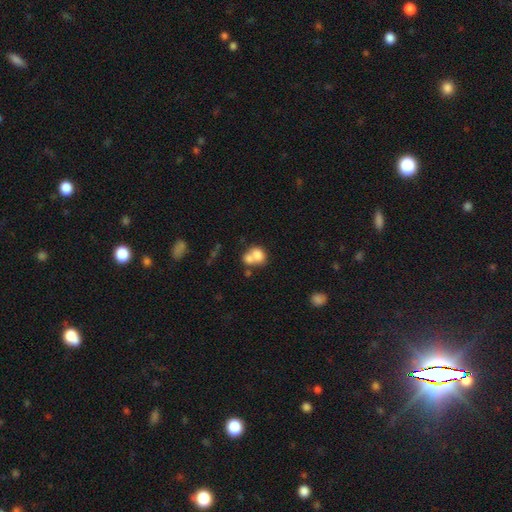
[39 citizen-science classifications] Overall: smooth (77%). How rounded: in between (63%; round 37%). Merging: merger (73%).